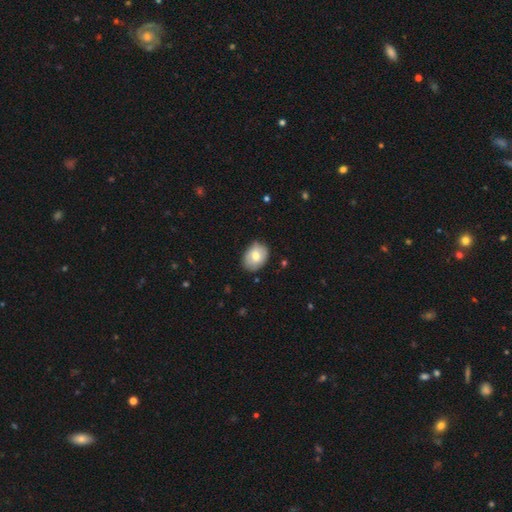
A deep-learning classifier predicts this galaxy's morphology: A smooth galaxy with no disk features (74%) that is in between round and cigar-shaped (69%). Merging: none (80%).